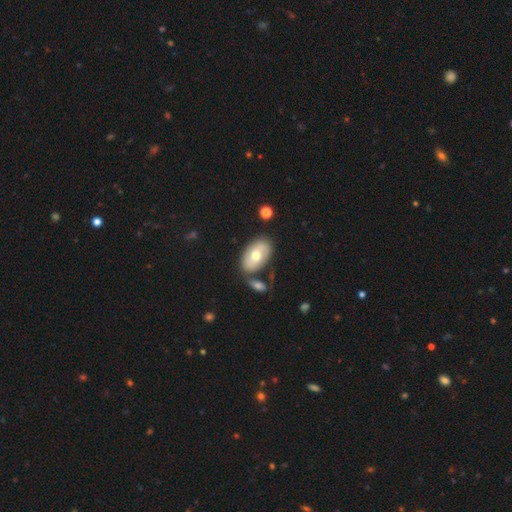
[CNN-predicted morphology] type=smooth (58%); roundness=in between (91%); merging=none (68%).